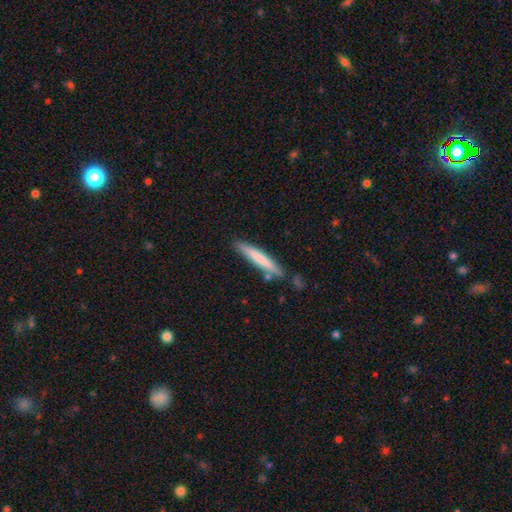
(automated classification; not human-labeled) A smooth galaxy with no disk features (70%) that is cigar-shaped (95%). Merging: none (82%).